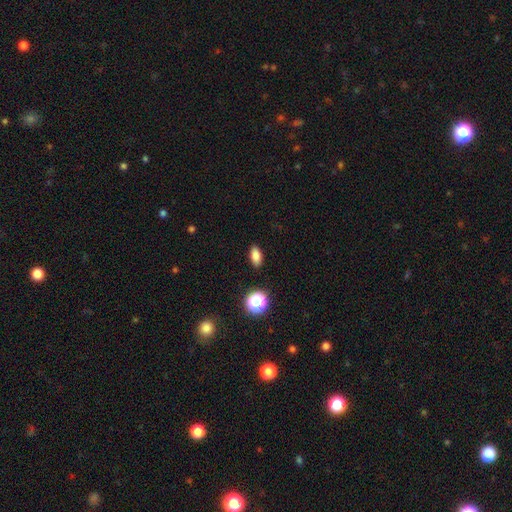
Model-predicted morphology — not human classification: This is clearly a smooth galaxy (82%). How rounded: clearly in between (86%). Merging: clearly none (89%).